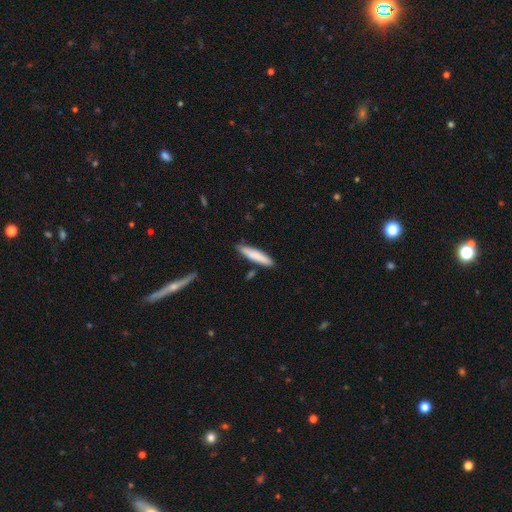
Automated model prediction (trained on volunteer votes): This appears to be a smooth galaxy with no disk features (81%) that is cigar-shaped (86%). Merging: none (85%).